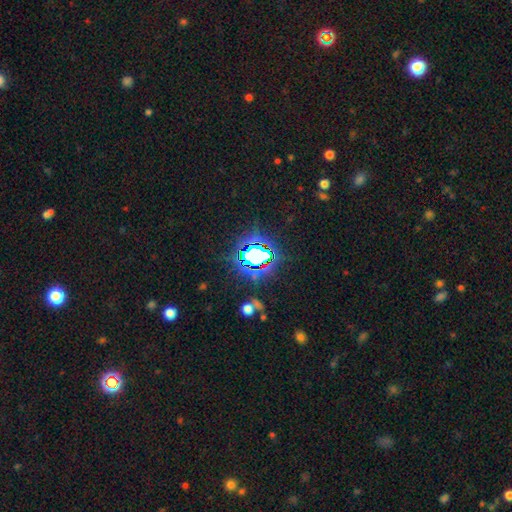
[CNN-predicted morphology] Smooth or featured?
  - star or artifact: 72% *
  - smooth: 17%
  - featured or disk: 12%